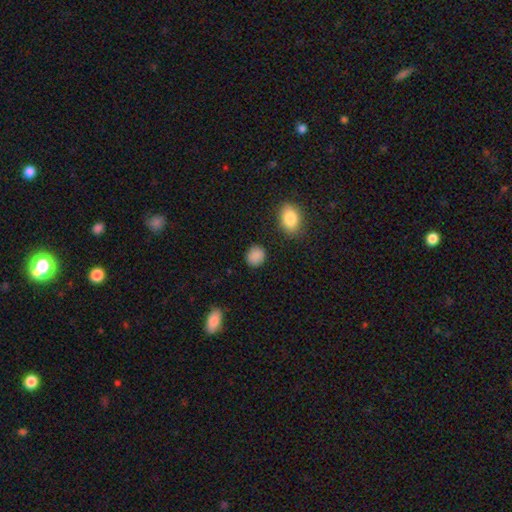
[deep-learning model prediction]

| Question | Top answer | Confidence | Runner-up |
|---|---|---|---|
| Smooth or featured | smooth | 88% | star or artifact (9%) |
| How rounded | round | 76% | in between (23%) |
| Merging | none | 86% | minor disturbance (9%) |